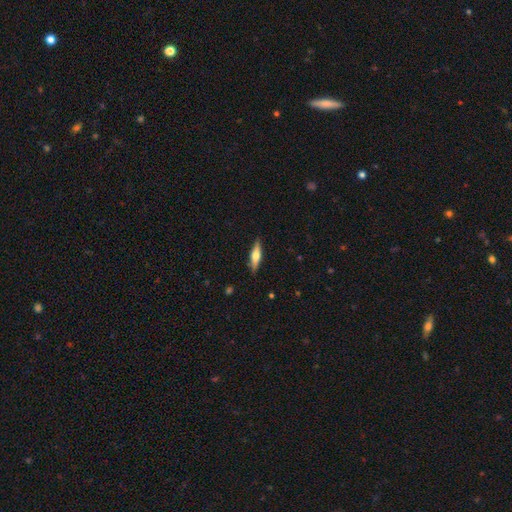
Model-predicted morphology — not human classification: smooth-or-featured: smooth: 51% | featured or disk: 43% | star or artifact: 6%
  how-rounded: cigar-shaped: 67% | in between: 31% | round: 2%
  merging: none: 88% | minor disturbance: 9% | major disturbance: 2% | merger: 1%